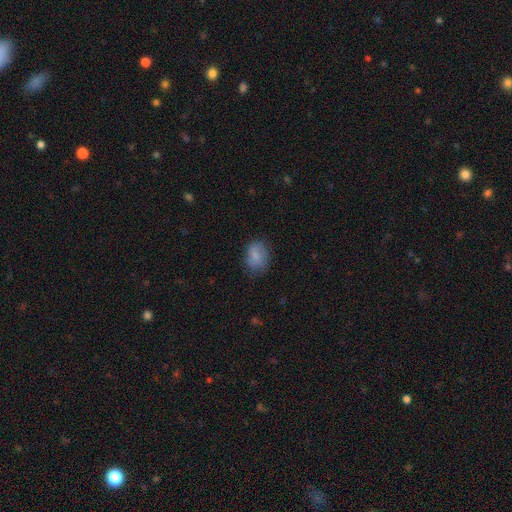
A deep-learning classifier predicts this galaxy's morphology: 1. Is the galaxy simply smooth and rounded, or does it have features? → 80% smooth, 11% featured or disk, 9% star or artifact.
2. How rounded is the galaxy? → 63% in between, 36% round, 1% cigar-shaped.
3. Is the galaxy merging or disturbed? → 66% none, 25% minor disturbance, 8% major disturbance, 1% merger.